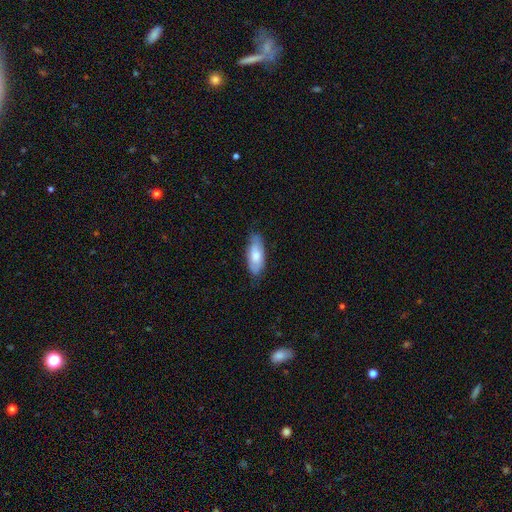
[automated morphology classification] Smooth or featured? smooth (70%)
How rounded? in between (80%)
Merging? none (75%)